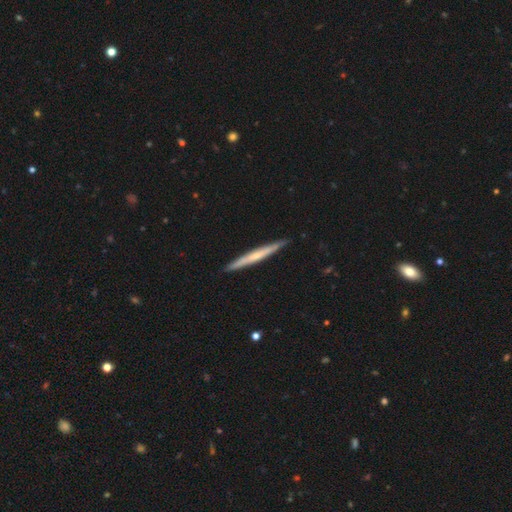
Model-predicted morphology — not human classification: A featured or disk galaxy (50%) viewed edge-on (96%).

Vote fractions:
- Smooth or featured? featured or disk: 50% / smooth: 45% / star or artifact: 5%
- Edge-on disk? yes: 96% / no: 4%
- Merging? none: 90% / minor disturbance: 8% / major disturbance: 1% / merger: 1%